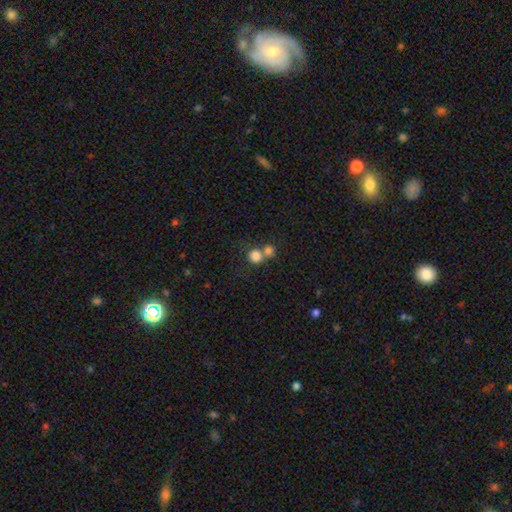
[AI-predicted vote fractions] Smooth or featured? smooth (81%)
How rounded? round (88%)
Merging? merger (45%, tied with none)